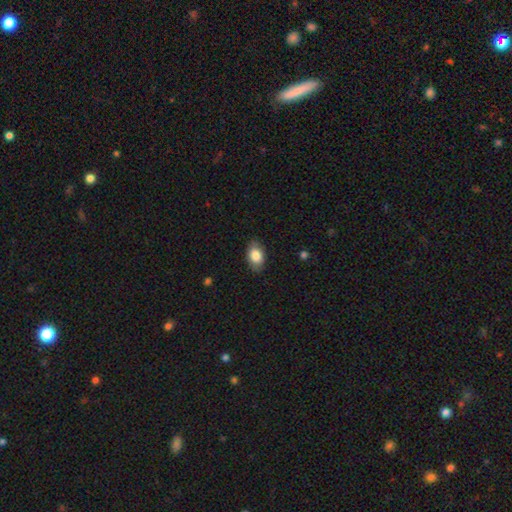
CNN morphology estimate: Smooth or featured? Predicted: smooth (p=0.83). How rounded? Predicted: in between (p=0.87). Merging? Predicted: none (p=0.83).